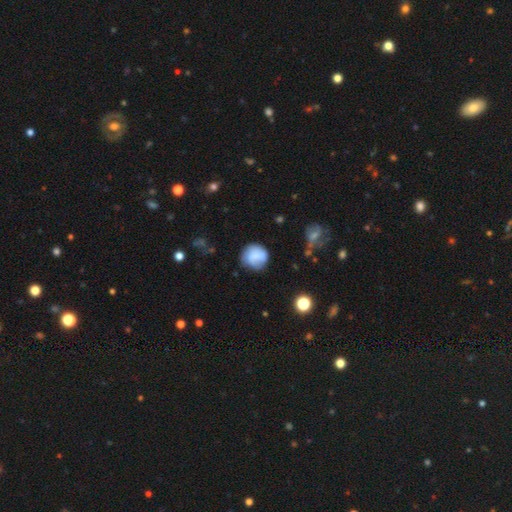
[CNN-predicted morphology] smooth-or-featured: smooth: 74% | featured or disk: 18% | star or artifact: 8%
  how-rounded: round: 86% | in between: 13% | cigar-shaped: 1%
  merging: none: 64% | minor disturbance: 23% | major disturbance: 10% | merger: 3%